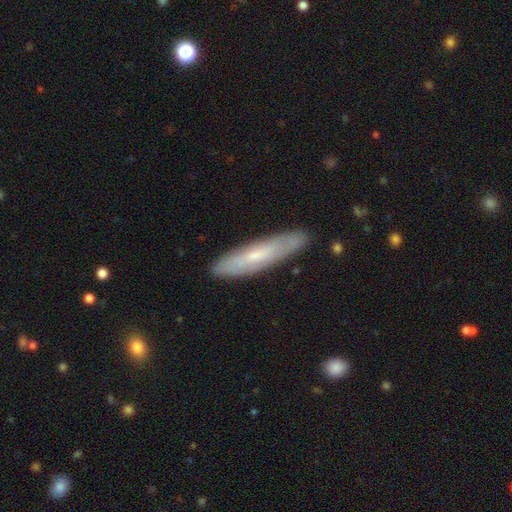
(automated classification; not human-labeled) This is possibly a featured or disk galaxy (47%, tied with smooth). Merging: clearly none (84%).